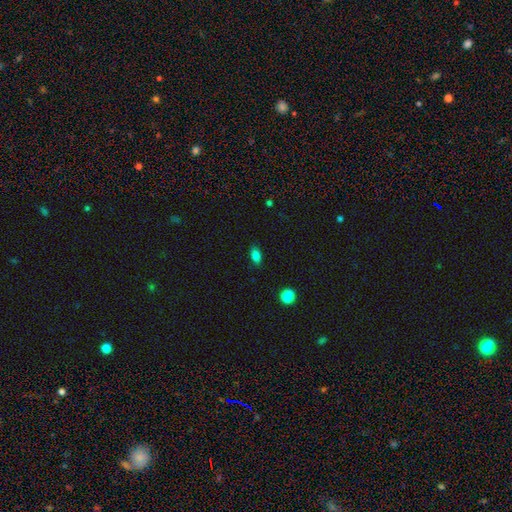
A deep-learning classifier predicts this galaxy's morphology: Smooth or featured: smooth — 83% (star or artifact — 11%)
How rounded: in between — 86% (round — 10%)
Merging: none — 86% (minor disturbance — 10%)